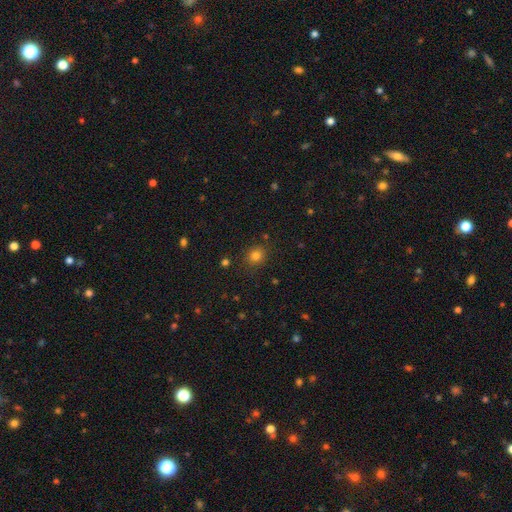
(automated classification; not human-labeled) A smooth galaxy with no disk features (80%) that is round (80%).

Vote fractions:
- Smooth or featured? smooth: 80% / star or artifact: 14% / featured or disk: 6%
- How rounded? round: 80% / in between: 19% / cigar-shaped: 1%
- Merging? none: 86% / minor disturbance: 10% / major disturbance: 3% / merger: 2%